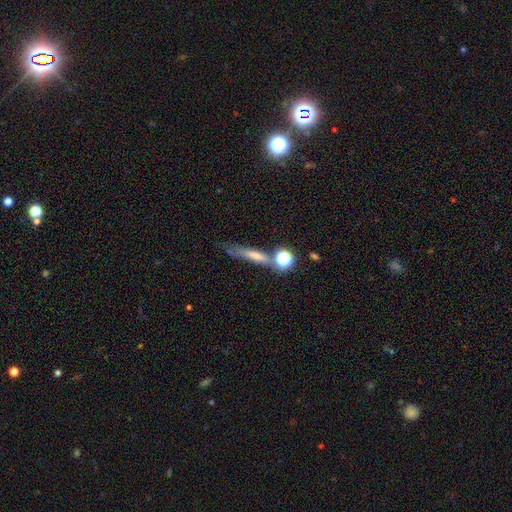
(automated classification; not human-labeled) This is possibly a smooth galaxy (48%). Merging: possibly none (55%).